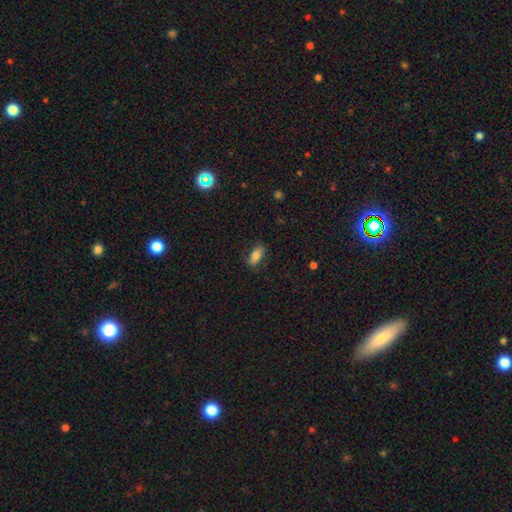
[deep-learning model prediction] Smooth or featured? smooth (78%)
How rounded? in between (82%)
Merging? none (80%)